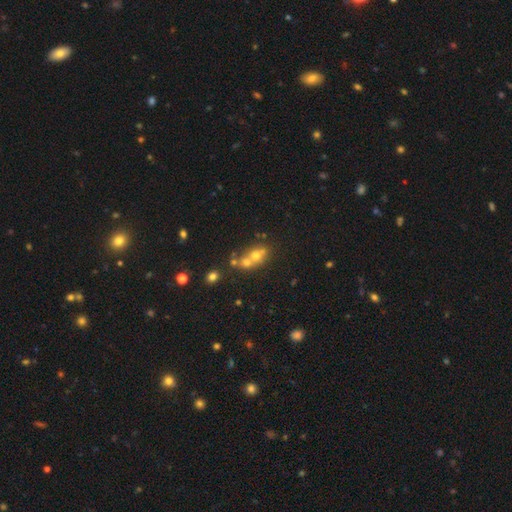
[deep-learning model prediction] smooth_or_featured: smooth (p=0.54) [alt: featured or disk p=0.27]
how_rounded: round (p=0.61) [alt: in between p=0.37]
merging: merger (p=0.56) [alt: none p=0.32]